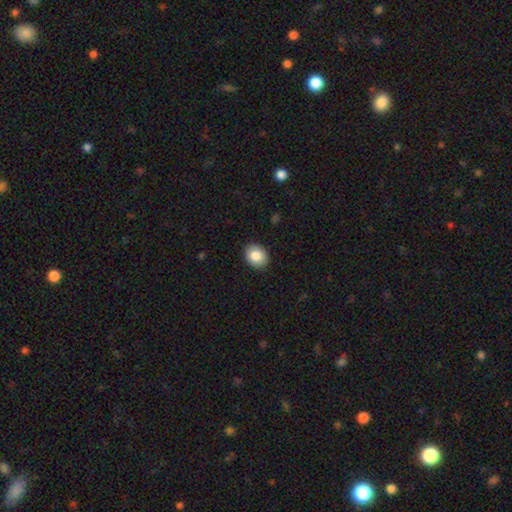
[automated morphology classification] smooth-or-featured: smooth: 85% | star or artifact: 8% | featured or disk: 8%
  how-rounded: in between: 52% | round: 47% | cigar-shaped: 1%
  merging: none: 90% | minor disturbance: 8% | major disturbance: 2% | merger: 1%